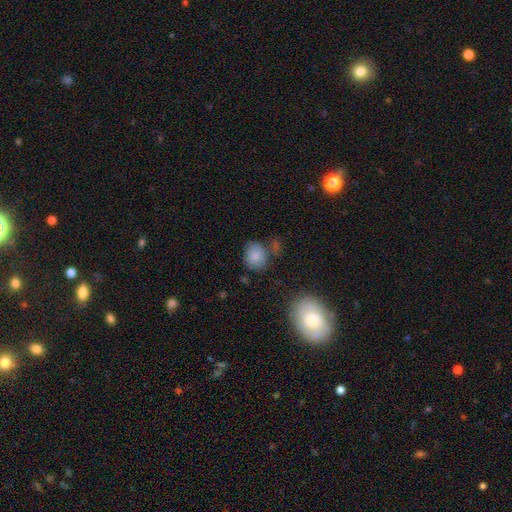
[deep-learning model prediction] A smooth galaxy with no disk features (80%) that is round (64%).

Vote fractions:
- Smooth or featured? smooth: 80% / star or artifact: 10% / featured or disk: 10%
- How rounded? round: 64% / in between: 35% / cigar-shaped: 1%
- Merging? none: 59% / minor disturbance: 21% / merger: 12% / major disturbance: 7%